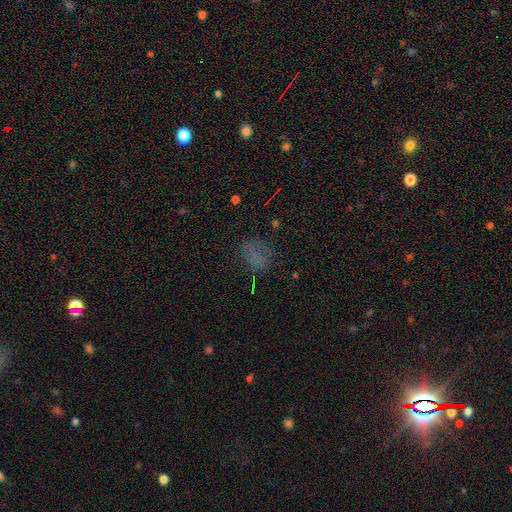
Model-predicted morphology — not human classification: smooth 56%, star or artifact 28%, featured or disk 16%. Down the decision tree: how rounded — in between (53%); merging — none (62%).